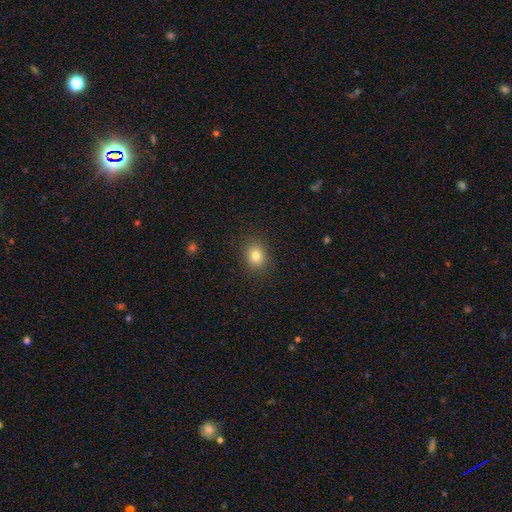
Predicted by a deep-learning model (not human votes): The model was most divided on "how rounded": round: 56%, in between: 43%, cigar-shaped: 1%. More confident: merging — none (88%); smooth or featured — smooth (81%).